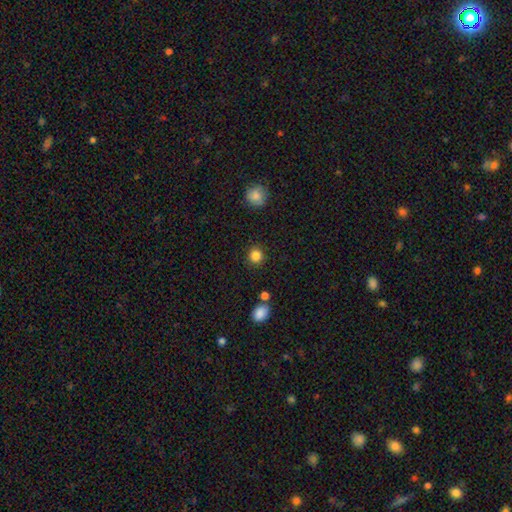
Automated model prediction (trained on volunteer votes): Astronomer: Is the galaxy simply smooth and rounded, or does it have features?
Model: smooth — 85%.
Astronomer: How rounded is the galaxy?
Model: round — 91%.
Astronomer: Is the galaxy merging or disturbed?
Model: none — 89%.